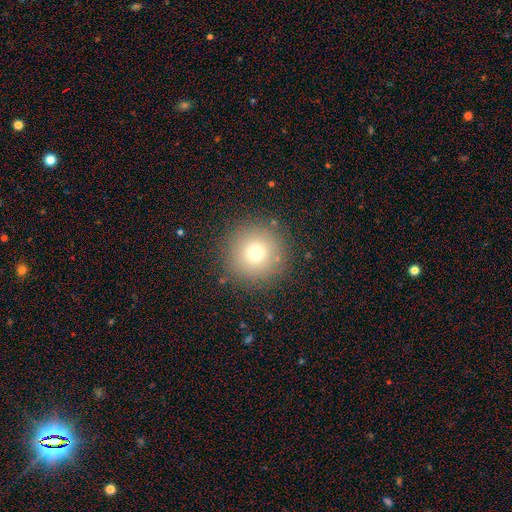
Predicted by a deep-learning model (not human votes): smooth 73%, star or artifact 16%, featured or disk 11%. Down the decision tree: how rounded — round (96%); merging — none (90%).